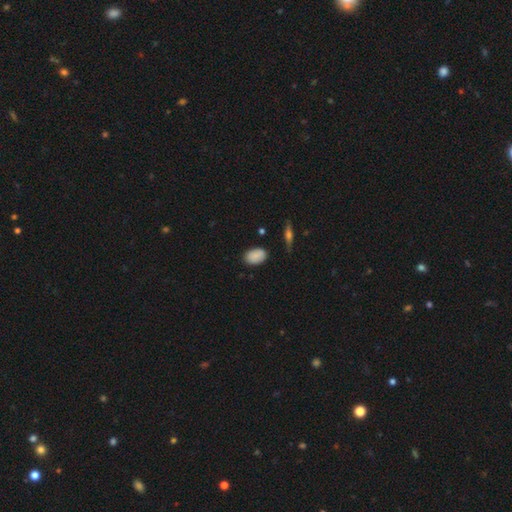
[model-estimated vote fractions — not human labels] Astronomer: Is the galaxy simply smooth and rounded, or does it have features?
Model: smooth — 86%.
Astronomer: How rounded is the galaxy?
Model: in between — 89%.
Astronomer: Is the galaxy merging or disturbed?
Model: none — 81%.